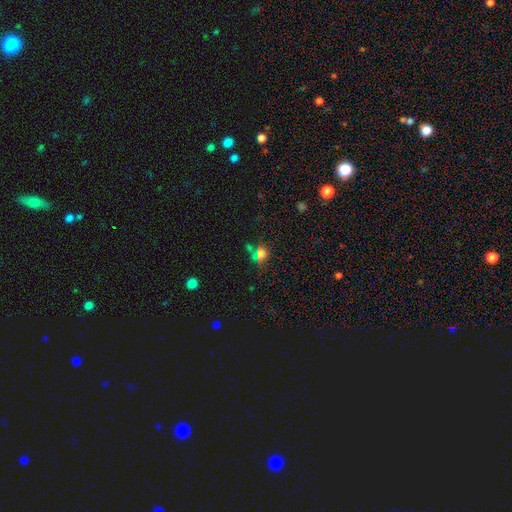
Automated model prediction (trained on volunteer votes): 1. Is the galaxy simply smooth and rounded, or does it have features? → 65% smooth, 25% star or artifact, 10% featured or disk.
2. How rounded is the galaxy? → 65% round, 32% in between, 2% cigar-shaped.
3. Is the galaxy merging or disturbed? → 58% none, 19% merger, 15% minor disturbance, 8% major disturbance.